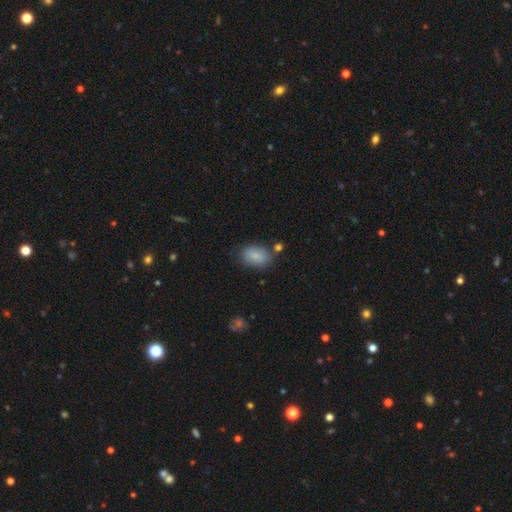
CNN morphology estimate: Overall: smooth (85%). How rounded: in between (86%). Merging: none (74%).